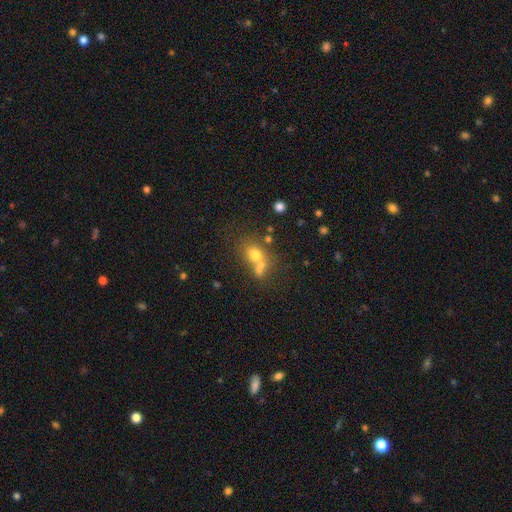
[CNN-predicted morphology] type=smooth (61%); roundness=round (59%); merging=merger (50%).